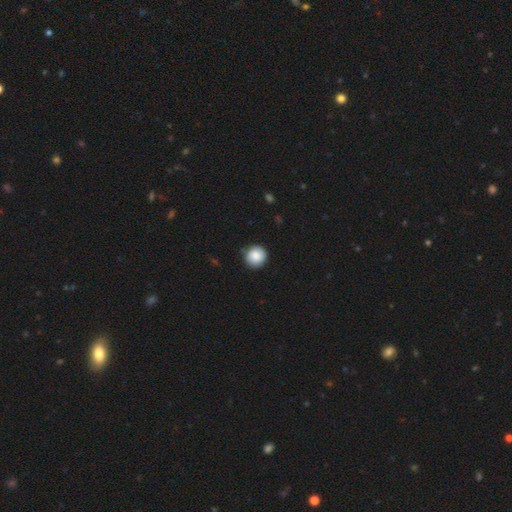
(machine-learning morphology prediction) smooth_or_featured: smooth (p=0.88) [alt: star or artifact p=0.08]
how_rounded: round (p=0.94) [alt: in between p=0.05]
merging: none (p=0.87) [alt: minor disturbance p=0.10]